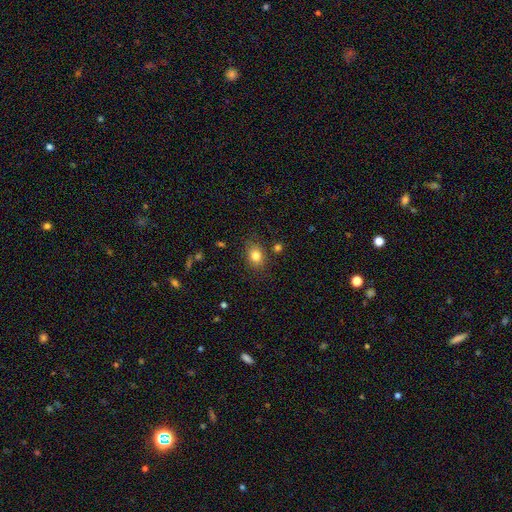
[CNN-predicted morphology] This appears to be a smooth galaxy with no disk features (82%) that is in between round and cigar-shaped (57%). Merging: none (82%).